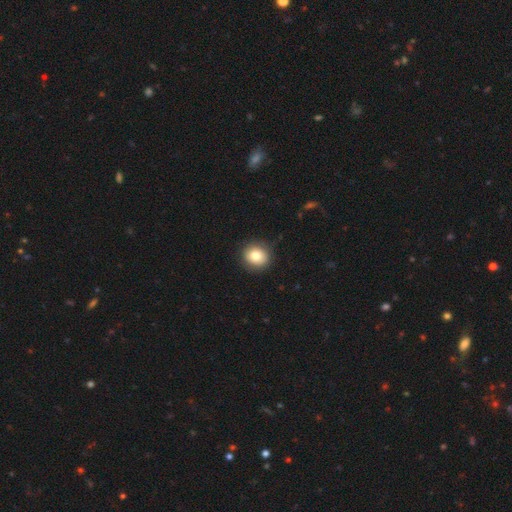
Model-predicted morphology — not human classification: Smooth or featured? Predicted: smooth (p=0.78). How rounded? Predicted: round (p=0.86). Merging? Predicted: none (p=0.88).